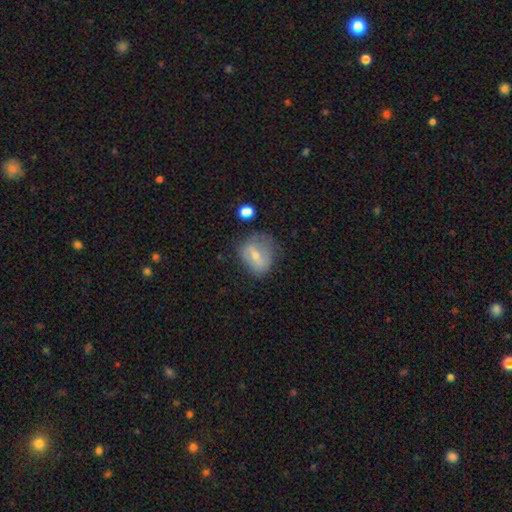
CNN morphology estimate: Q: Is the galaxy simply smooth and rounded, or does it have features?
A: smooth — 52%.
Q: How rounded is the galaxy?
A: round — 55%.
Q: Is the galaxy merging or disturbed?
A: none — 55%.